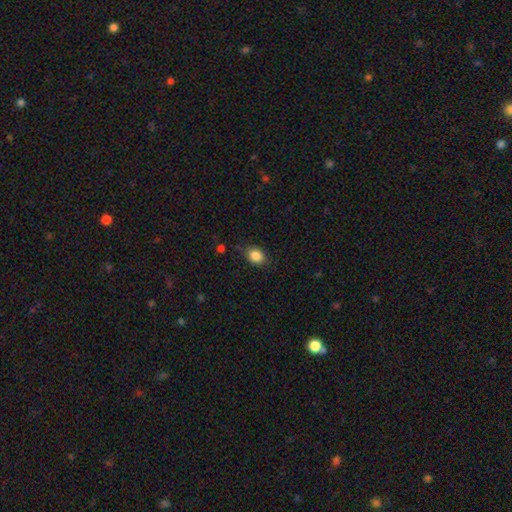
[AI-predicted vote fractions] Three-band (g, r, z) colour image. It shows a smooth galaxy with no disk features (85%) that is round (51%). Merging: none (76%).